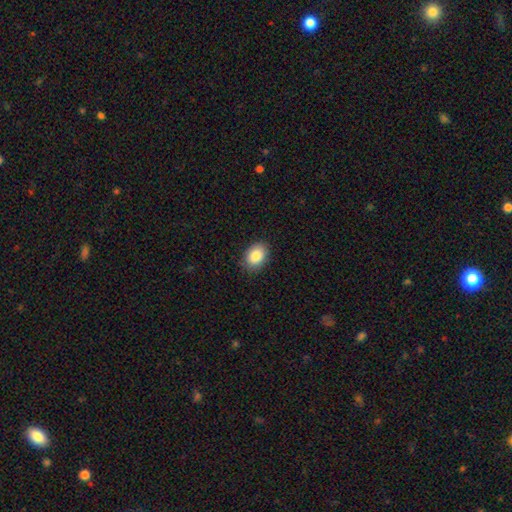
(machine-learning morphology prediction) Q: Smooth or featured?
A: smooth (87%); runner-up: star or artifact (7%)
Q: How rounded?
A: in between (78%); runner-up: round (21%)
Q: Merging?
A: none (87%); runner-up: minor disturbance (10%)